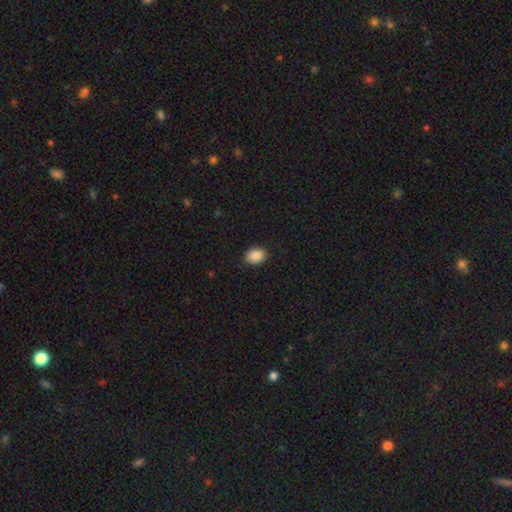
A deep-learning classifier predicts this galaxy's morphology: type=smooth (90%); roundness=in between (71%); merging=none (89%).